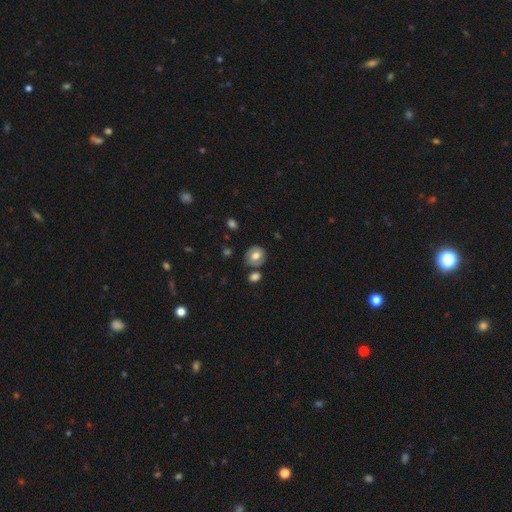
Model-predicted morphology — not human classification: A smooth galaxy with no disk features (63%) that is round (80%).

Vote fractions:
- Smooth or featured? smooth: 63% / featured or disk: 28% / star or artifact: 9%
- How rounded? round: 80% / in between: 19% / cigar-shaped: 1%
- Merging? none: 75% / minor disturbance: 12% / merger: 9% / major disturbance: 4%